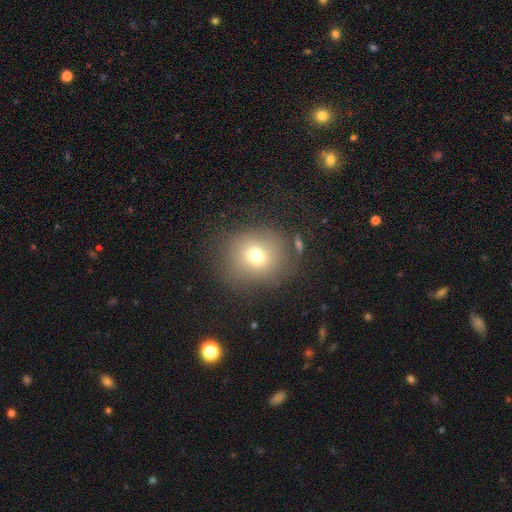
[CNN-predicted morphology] Overall: smooth (71%). How rounded: round (83%). Merging: none (76%).